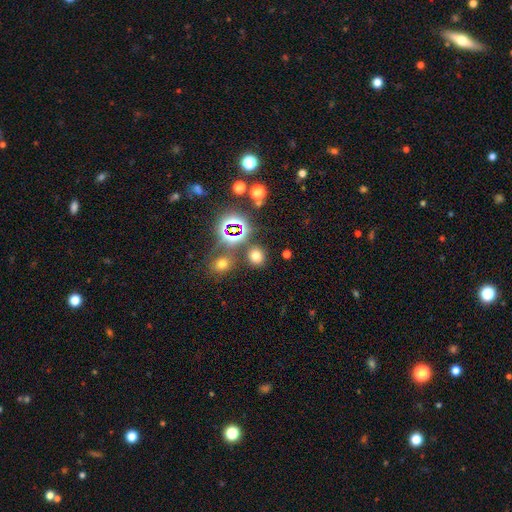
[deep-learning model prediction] This is likely a smooth galaxy (64%). How rounded: likely round (78%). Merging: clearly none (81%).